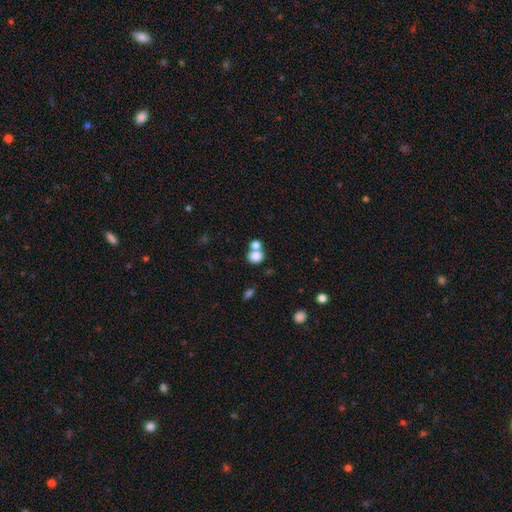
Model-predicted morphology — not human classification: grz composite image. It shows a smooth galaxy with no disk features (80%) that is round (72%). Merging: none (47%).